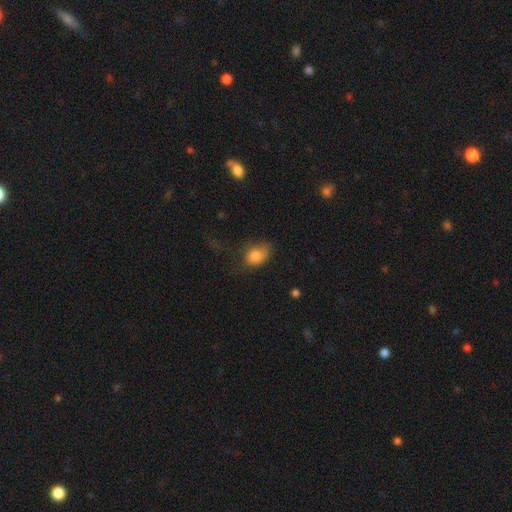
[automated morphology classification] This appears to be a smooth galaxy with no disk features (82%) that is in between round and cigar-shaped (71%). Merging: none (47%).